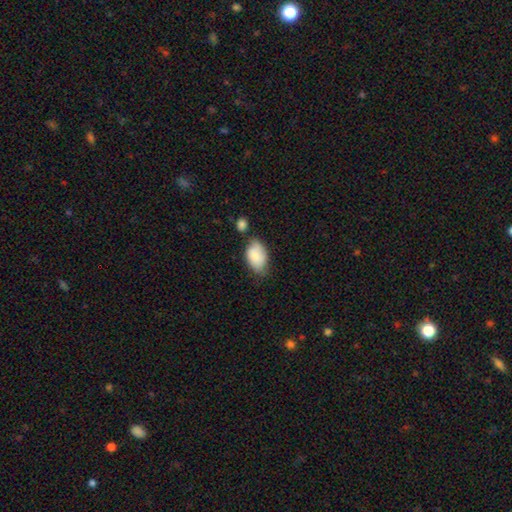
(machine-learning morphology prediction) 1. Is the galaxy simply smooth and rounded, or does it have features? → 81% smooth, 12% featured or disk, 7% star or artifact.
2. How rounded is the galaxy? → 91% in between, 8% round, 1% cigar-shaped.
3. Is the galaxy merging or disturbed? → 51% none, 31% minor disturbance, 11% merger, 7% major disturbance.